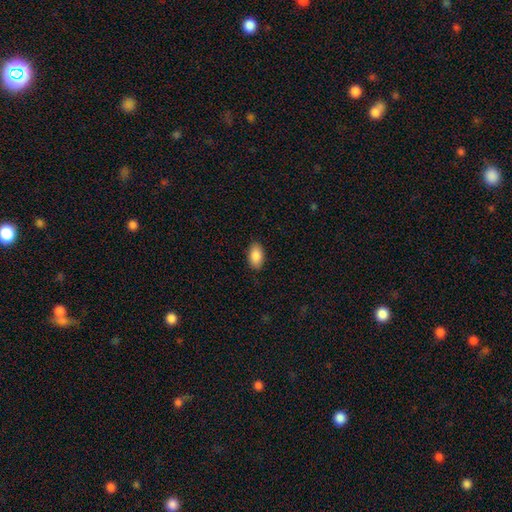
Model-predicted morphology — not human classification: smooth-or-featured: smooth: 89% | star or artifact: 7% | featured or disk: 4%
  how-rounded: in between: 94% | round: 5% | cigar-shaped: 2%
  merging: none: 88% | minor disturbance: 9% | major disturbance: 2% | merger: 1%